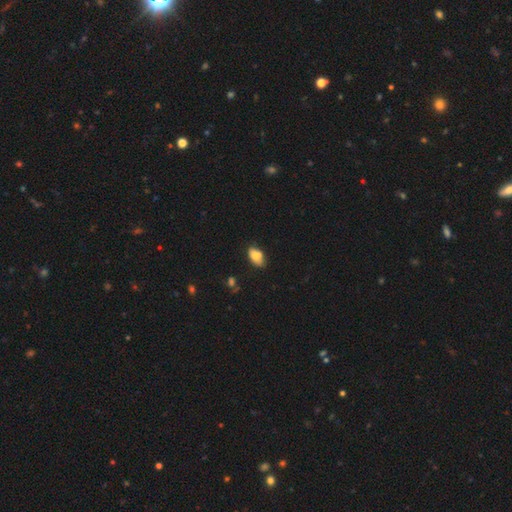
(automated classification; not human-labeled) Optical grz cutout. It shows a smooth galaxy with no disk features (79%) that is in between round and cigar-shaped (91%). Merging: none (59%).